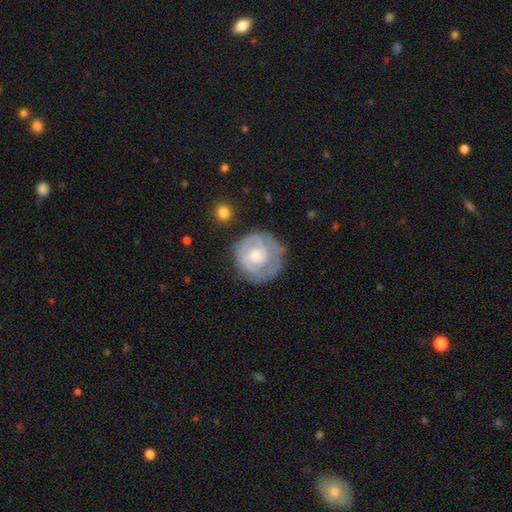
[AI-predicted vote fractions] A featured or disk galaxy (75%) with no bar (65%), 2 (48%) tight (59%) spiral arms (88%) and a moderate central bulge (48%).

Vote fractions:
- Smooth or featured? featured or disk: 75% / smooth: 20% / star or artifact: 5%
- Edge-on disk? no: 98% / yes: 2%
- Bar? no: 65% / weak: 30% / strong: 5%
- Spiral arms? yes: 88% / no: 12%
- Spiral winding? tight: 59% / medium: 31% / loose: 10%
- Spiral arm count? 2: 48% / can't tell: 25% / 3: 11% / 1: 10% / 4: 3% / more than 4: 3%
- Bulge size? moderate: 48% / small: 44% / large: 5% / none: 3% / dominant: 1%
- Merging? none: 68% / minor disturbance: 19% / major disturbance: 10% / merger: 2%